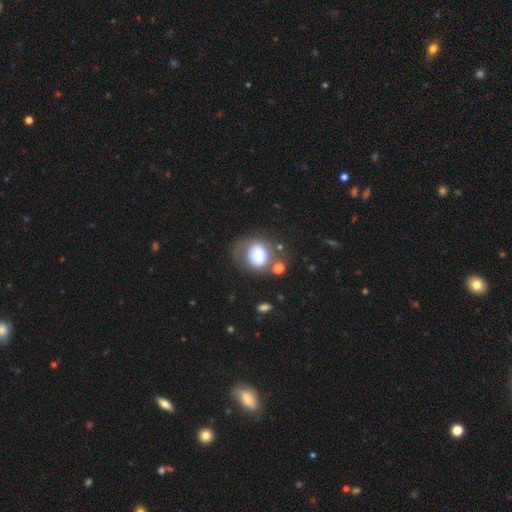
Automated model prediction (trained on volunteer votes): A smooth galaxy with no disk features (51%) that is round (78%).

Vote fractions:
- Smooth or featured? smooth: 51% / star or artifact: 28% / featured or disk: 21%
- How rounded? round: 78% / in between: 21% / cigar-shaped: 1%
- Merging? none: 57% / major disturbance: 16% / minor disturbance: 16% / merger: 11%